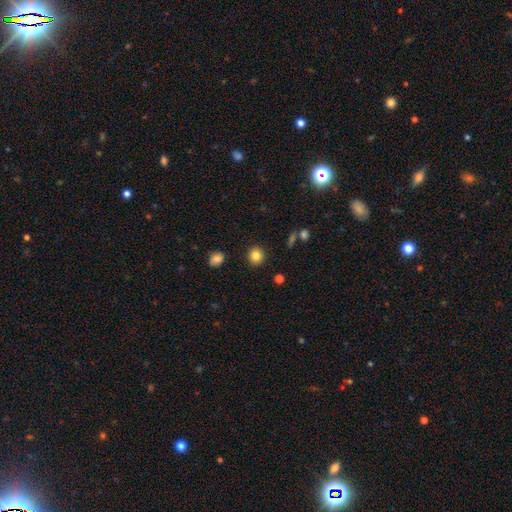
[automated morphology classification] Overall: smooth (84%). How rounded: round (88%). Merging: none (91%).